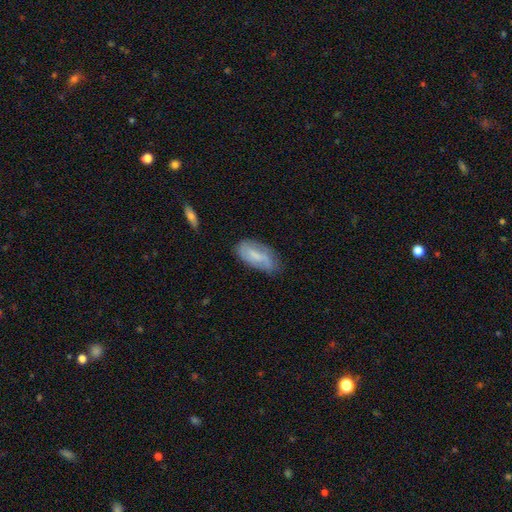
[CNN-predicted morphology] type=smooth (55%); roundness=in between (89%); merging=none (62%).